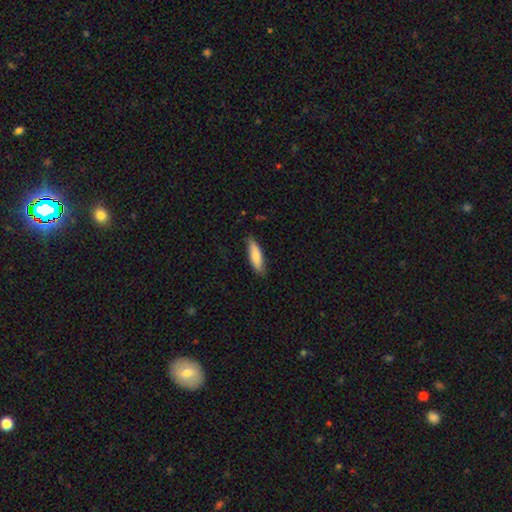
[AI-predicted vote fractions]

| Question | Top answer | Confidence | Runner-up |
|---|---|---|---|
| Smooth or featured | smooth | 78% | featured or disk (16%) |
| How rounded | cigar-shaped | 60% | in between (38%) |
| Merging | none | 81% | minor disturbance (16%) |